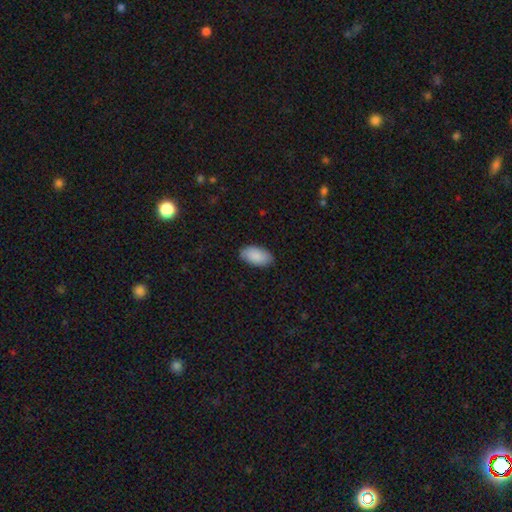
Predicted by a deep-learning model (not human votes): smooth 89%, star or artifact 6%, featured or disk 5%. Down the decision tree: how rounded — in between (95%); merging — none (85%).